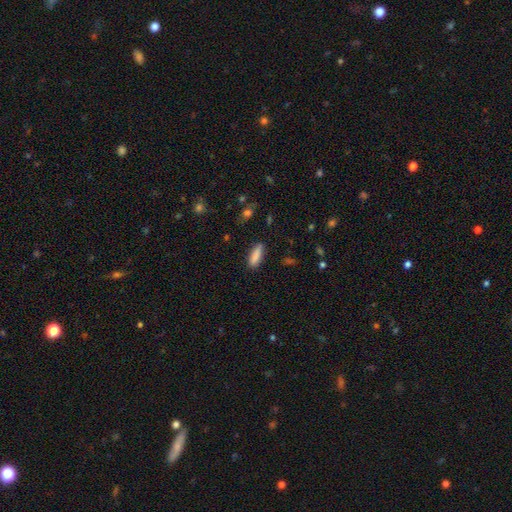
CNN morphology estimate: Q: Smooth or featured?
A: smooth (86%); runner-up: star or artifact (7%)
Q: How rounded?
A: cigar-shaped (51%); runner-up: in between (47%)
Q: Merging?
A: none (85%); runner-up: minor disturbance (11%)